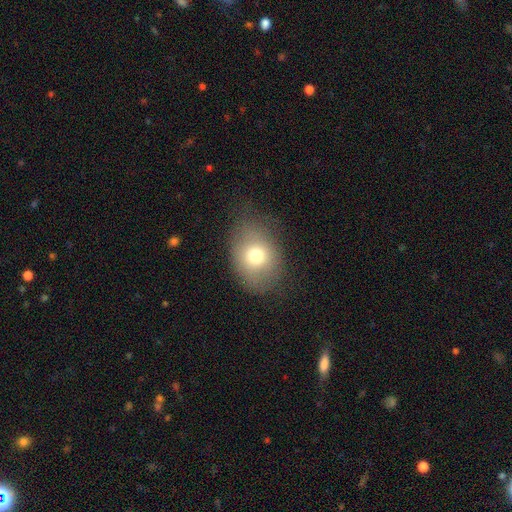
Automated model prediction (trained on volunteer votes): Smooth or featured? Predicted: smooth (p=0.72). How rounded? Predicted: in between (p=0.57). Merging? Predicted: none (p=0.69).